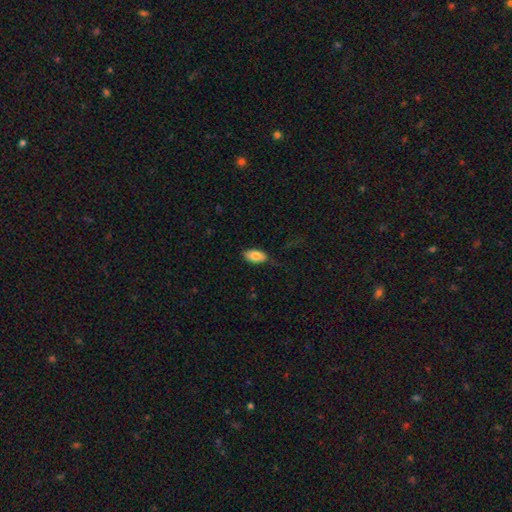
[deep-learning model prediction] Smooth or featured? smooth (82%)
How rounded? in between (93%)
Merging? none (72%)